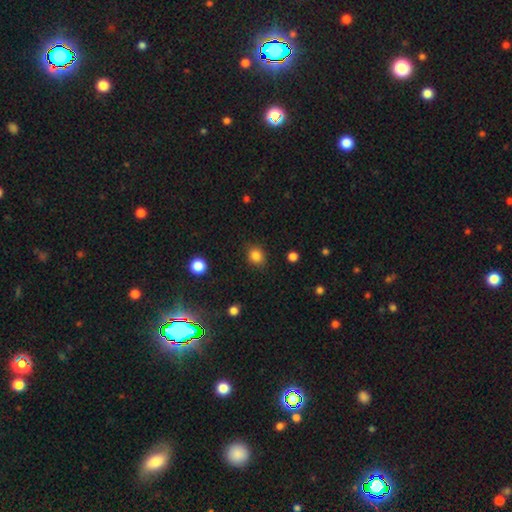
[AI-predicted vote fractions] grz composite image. It shows a smooth galaxy with no disk features (84%) that is round (70%). Merging: none (86%).